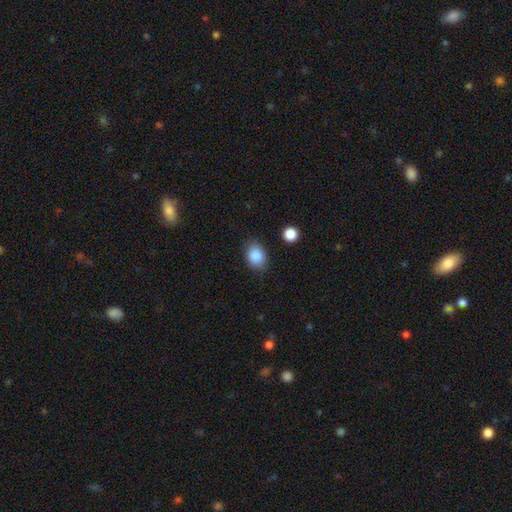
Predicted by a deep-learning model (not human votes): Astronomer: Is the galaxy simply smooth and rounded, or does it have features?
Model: smooth — 87%.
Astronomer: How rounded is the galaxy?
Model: in between — 64%.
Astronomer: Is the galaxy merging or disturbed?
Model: none — 81%.